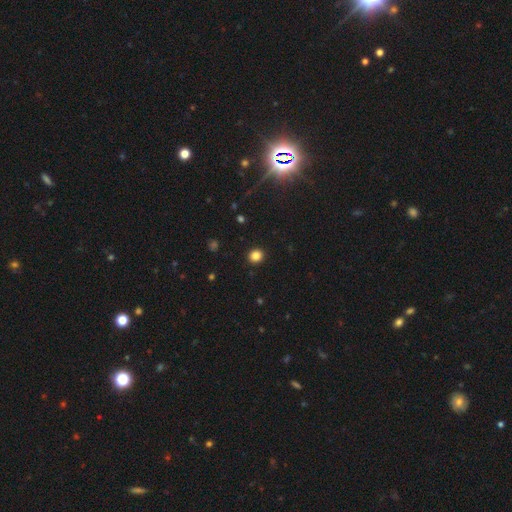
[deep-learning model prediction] Overall: smooth (84%). How rounded: round (86%). Merging: none (93%).